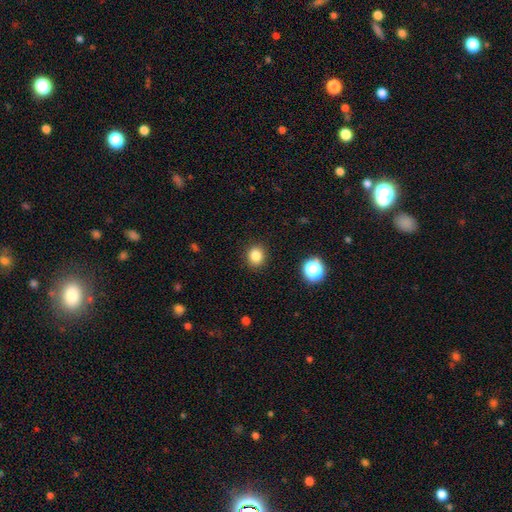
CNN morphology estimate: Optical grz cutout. It shows a smooth galaxy with no disk features (84%) that is round (78%). Merging: none (90%).